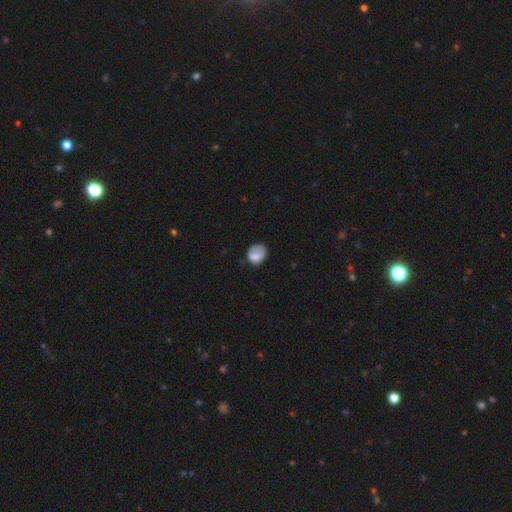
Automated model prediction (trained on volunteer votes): Smooth or featured: smooth — 76% (featured or disk — 15%)
How rounded: round — 54% (in between — 45%)
Merging: none — 48% (minor disturbance — 32%)